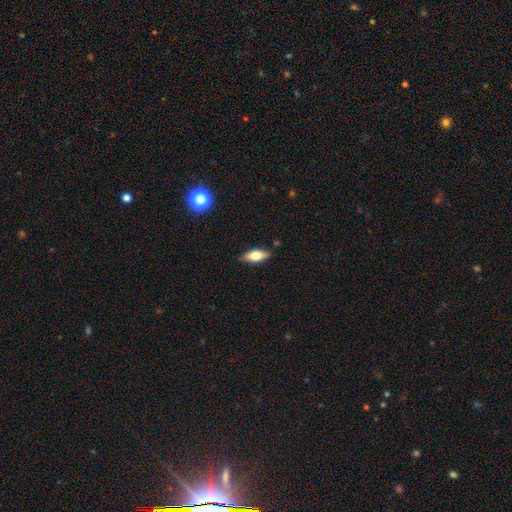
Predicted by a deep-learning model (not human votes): A smooth galaxy with no disk features (69%) that is in between round and cigar-shaped (81%).

Vote fractions:
- Smooth or featured? smooth: 69% / featured or disk: 24% / star or artifact: 7%
- How rounded? in between: 81% / cigar-shaped: 16% / round: 3%
- Merging? none: 85% / minor disturbance: 11% / major disturbance: 2% / merger: 1%